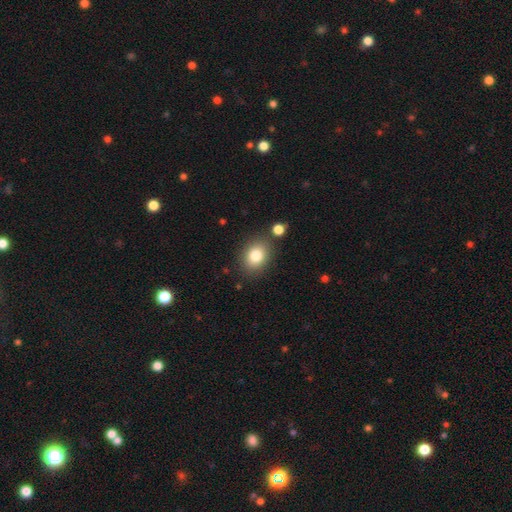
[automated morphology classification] Smooth or featured? smooth (81%)
How rounded? in between (55%)
Merging? none (82%)